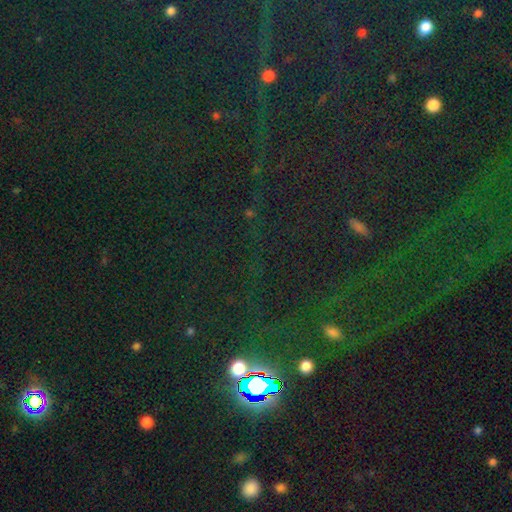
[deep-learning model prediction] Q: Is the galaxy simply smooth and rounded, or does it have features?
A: star or artifact — 83%.